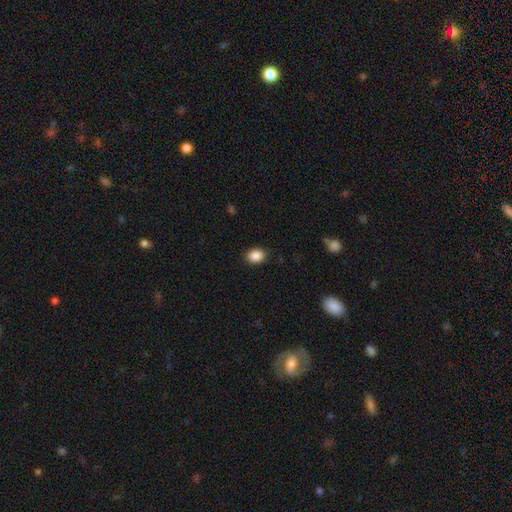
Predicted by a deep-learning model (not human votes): The model was most divided on "how rounded": in between: 60%, round: 39%, cigar-shaped: 1%. More confident: merging — none (89%); smooth or featured — smooth (88%).